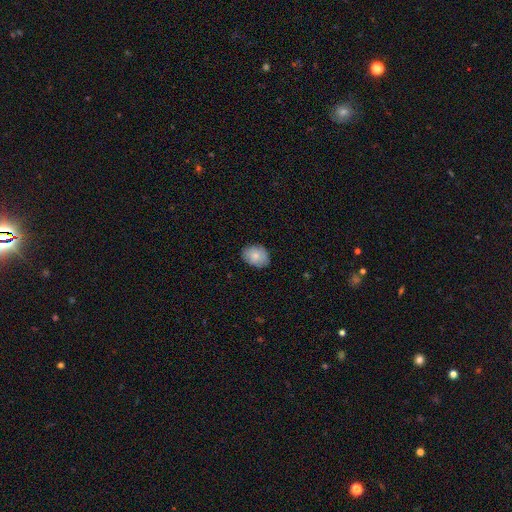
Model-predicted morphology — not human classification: A smooth galaxy with no disk features (81%) that is in between round and cigar-shaped (65%).

Vote fractions:
- Smooth or featured? smooth: 81% / featured or disk: 13% / star or artifact: 7%
- How rounded? in between: 65% / round: 34% / cigar-shaped: 1%
- Merging? none: 83% / minor disturbance: 14% / major disturbance: 2% / merger: 1%